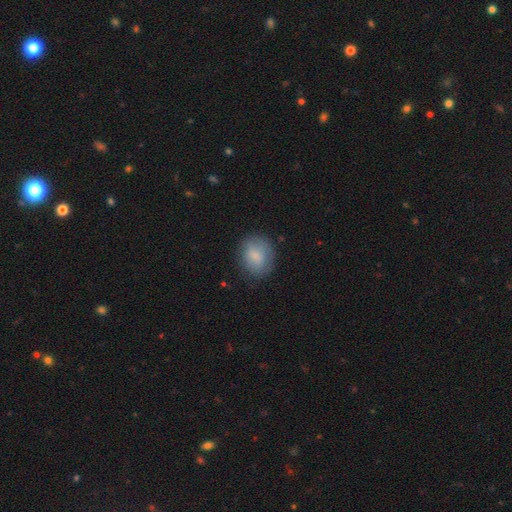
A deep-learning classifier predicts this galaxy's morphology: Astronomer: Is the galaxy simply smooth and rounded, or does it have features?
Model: smooth — 79%.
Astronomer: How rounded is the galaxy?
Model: round — 64%.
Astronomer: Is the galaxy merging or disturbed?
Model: none — 76%.